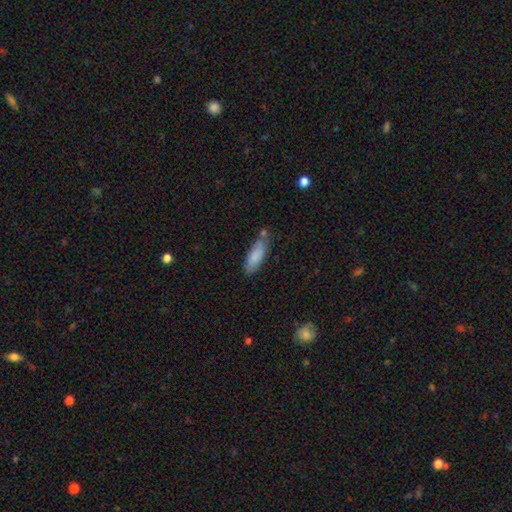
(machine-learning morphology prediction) A smooth galaxy with no disk features (83%) that is in between round and cigar-shaped (60%).

Vote fractions:
- Smooth or featured? smooth: 83% / featured or disk: 11% / star or artifact: 6%
- How rounded? in between: 60% / cigar-shaped: 38% / round: 2%
- Merging? none: 64% / minor disturbance: 22% / merger: 9% / major disturbance: 5%